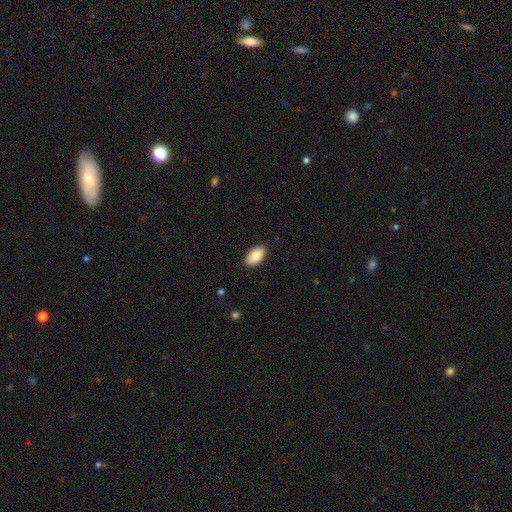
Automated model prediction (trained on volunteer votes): This is clearly a smooth galaxy (89%). How rounded: clearly in between (95%). Merging: clearly none (88%).